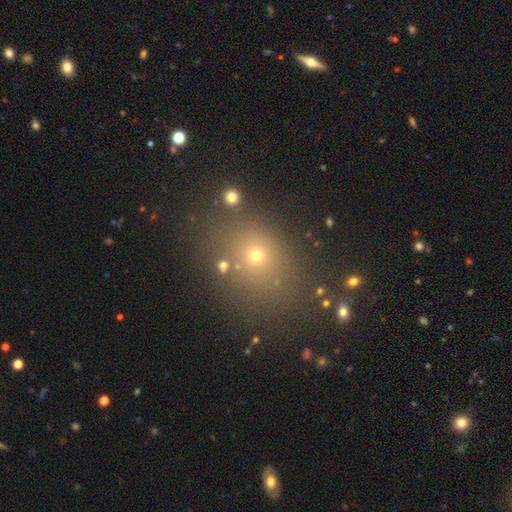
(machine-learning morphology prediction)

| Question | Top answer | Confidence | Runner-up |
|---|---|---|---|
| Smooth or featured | smooth | 61% | star or artifact (27%) |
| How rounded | round | 50% | in between (48%) |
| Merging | none | 79% | minor disturbance (12%) |